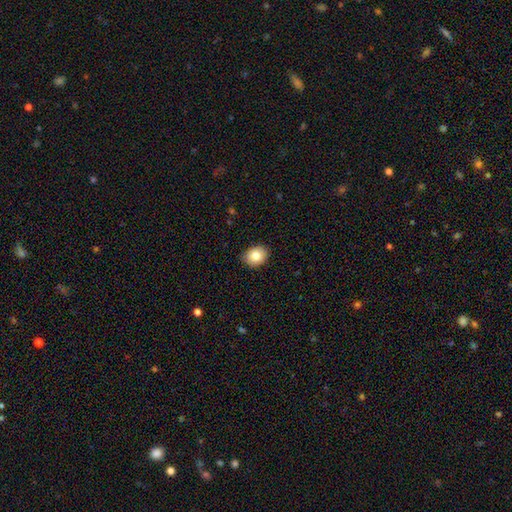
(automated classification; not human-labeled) smooth_or_featured: smooth (p=0.83) [alt: star or artifact p=0.09]
how_rounded: in between (p=0.52) [alt: round p=0.48]
merging: none (p=0.87) [alt: minor disturbance p=0.10]